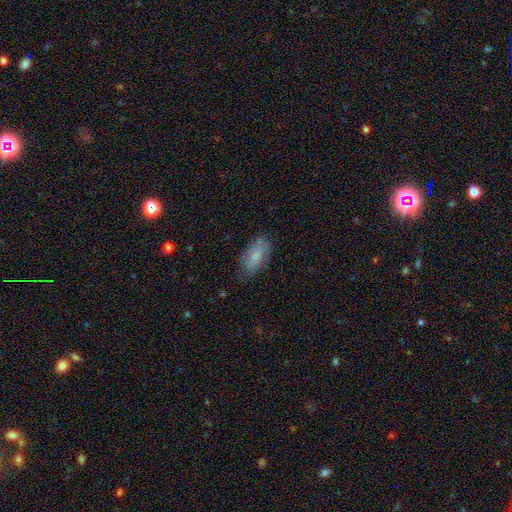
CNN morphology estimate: smooth 76%, featured or disk 17%, star or artifact 7%. Down the decision tree: how rounded — in between (90%); merging — none (75%).